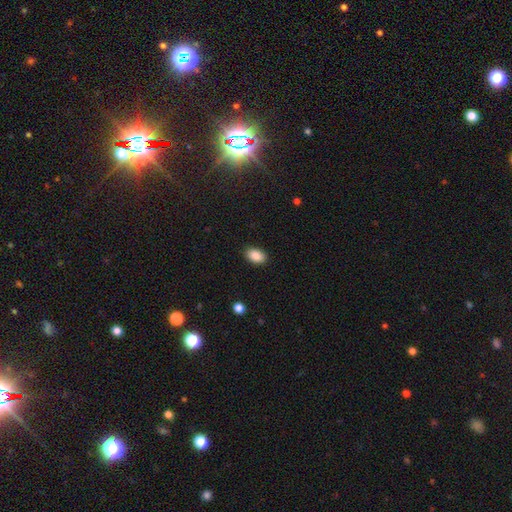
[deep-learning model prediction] smooth-or-featured: smooth: 89% | star or artifact: 8% | featured or disk: 4%
  how-rounded: in between: 89% | round: 10% | cigar-shaped: 1%
  merging: none: 88% | minor disturbance: 9% | major disturbance: 2% | merger: 1%